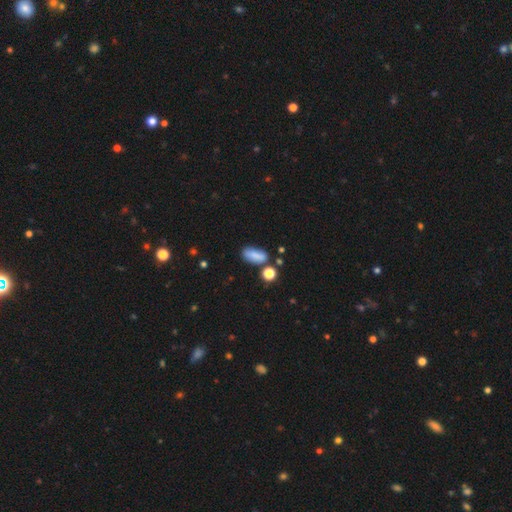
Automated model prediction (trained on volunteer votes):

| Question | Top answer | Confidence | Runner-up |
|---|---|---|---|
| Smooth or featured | smooth | 80% | star or artifact (10%) |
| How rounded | in between | 80% | cigar-shaped (14%) |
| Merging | none | 63% | minor disturbance (20%) |